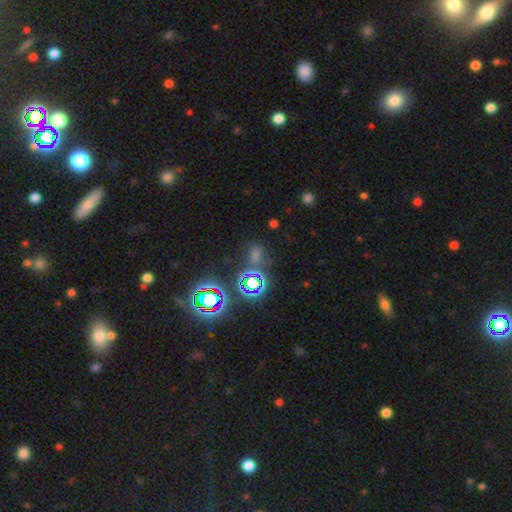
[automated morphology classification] A star or artifact, not a galaxy (61%).